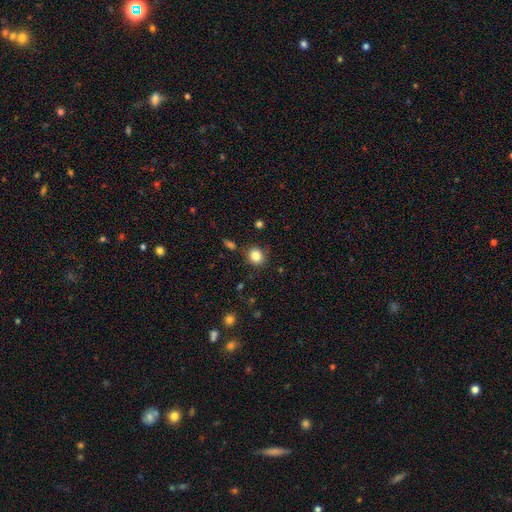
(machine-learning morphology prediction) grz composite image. It shows a smooth galaxy with no disk features (84%) that is round (79%). Merging: none (84%).